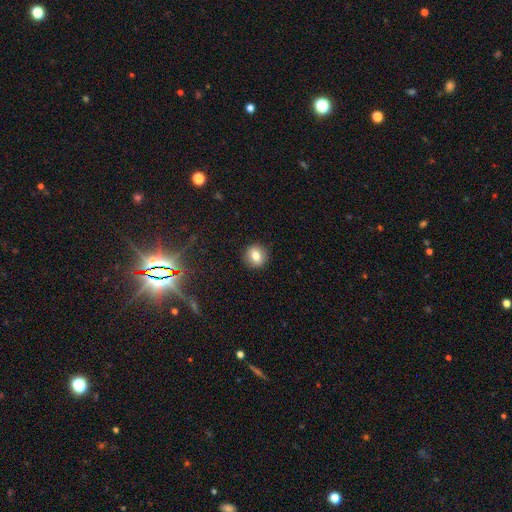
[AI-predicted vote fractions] This appears to be a smooth galaxy with no disk features (77%) that is round (84%). Merging: none (91%).